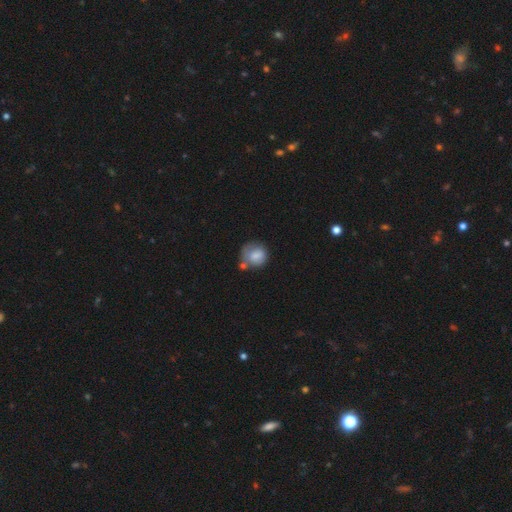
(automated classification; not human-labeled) Overall: smooth (76%). How rounded: round (80%). Merging: none (48%; minor disturbance 24%).